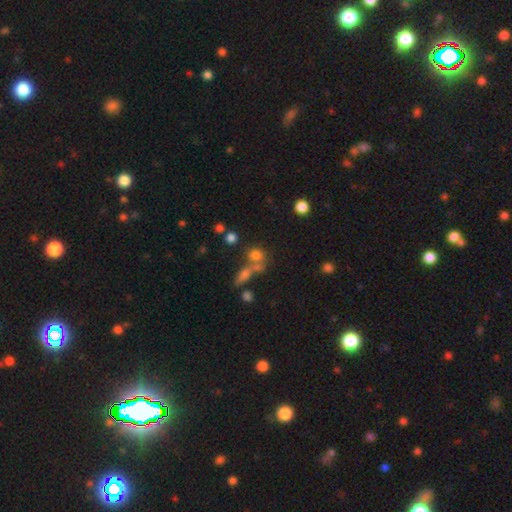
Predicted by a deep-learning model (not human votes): Smooth or featured? Predicted: smooth (p=0.65). How rounded? Predicted: round (p=0.61). Merging? Predicted: none (p=0.47).